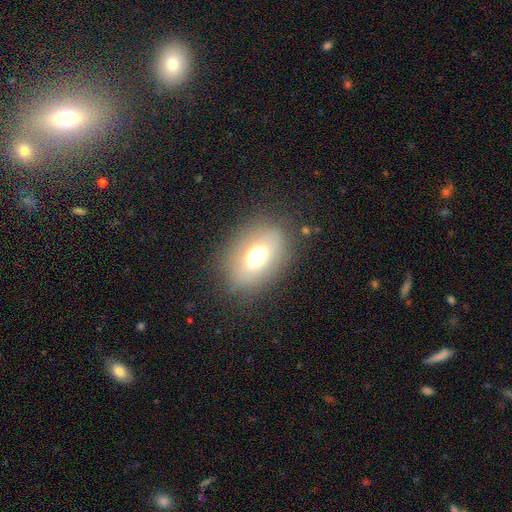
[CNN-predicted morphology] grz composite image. It shows a smooth galaxy with no disk features (64%) that is in between round and cigar-shaped (75%). Merging: none (78%).